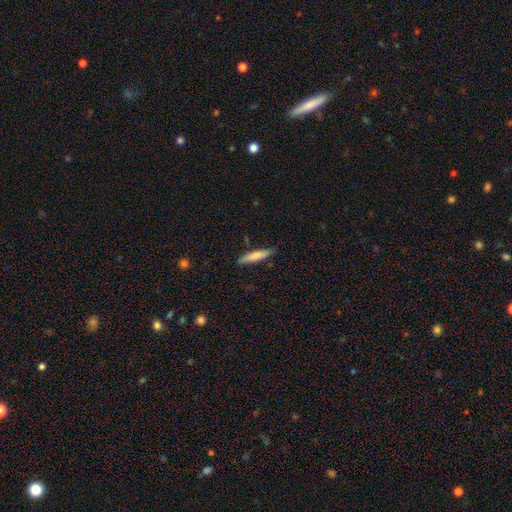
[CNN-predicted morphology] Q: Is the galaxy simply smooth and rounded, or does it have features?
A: smooth — 76%.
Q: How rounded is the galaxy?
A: cigar-shaped — 86%.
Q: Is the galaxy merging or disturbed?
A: none — 85%.